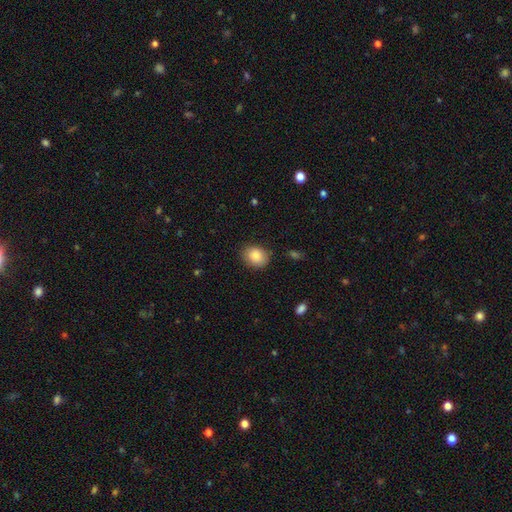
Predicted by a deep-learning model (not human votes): smooth_or_featured: smooth (p=0.86) [alt: star or artifact p=0.08]
how_rounded: in between (p=0.52) [alt: round p=0.47]
merging: none (p=0.83) [alt: minor disturbance p=0.13]